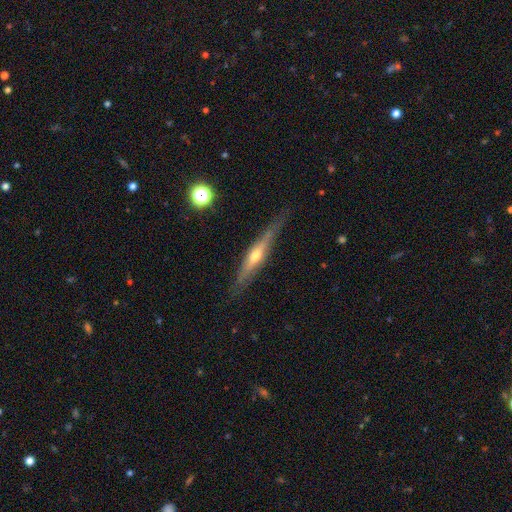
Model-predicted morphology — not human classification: smooth-or-featured: featured or disk: 67% | smooth: 27% | star or artifact: 6%
  disk-edge-on: yes: 95% | no: 5%
    edge-on-bulge: rounded: 85% | none: 10% | boxy: 5%
  merging: none: 83% | minor disturbance: 13% | major disturbance: 3% | merger: 1%